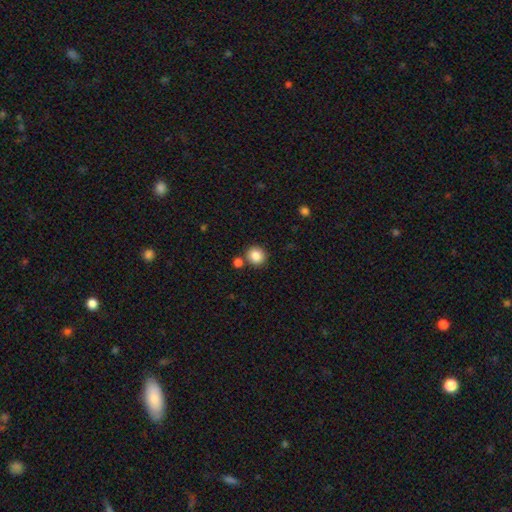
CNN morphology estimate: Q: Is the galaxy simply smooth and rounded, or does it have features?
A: smooth — 85%.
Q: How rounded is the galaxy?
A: round — 89%.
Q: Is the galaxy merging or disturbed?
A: none — 80%.